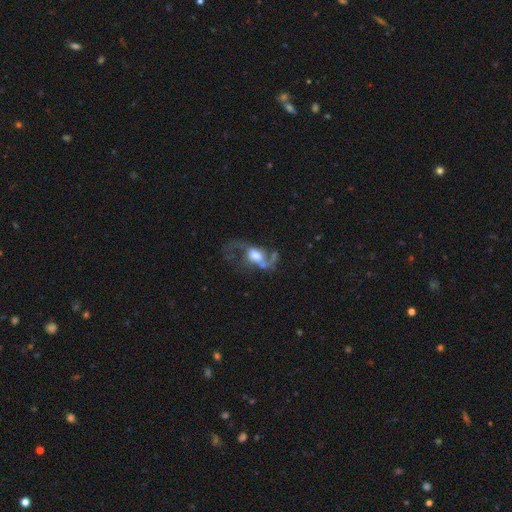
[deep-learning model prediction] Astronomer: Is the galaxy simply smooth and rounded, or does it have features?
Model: featured or disk — 72%.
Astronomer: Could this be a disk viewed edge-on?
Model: no — 95%.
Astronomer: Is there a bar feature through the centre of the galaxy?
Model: no — 49% (runner-up: weak, 36%).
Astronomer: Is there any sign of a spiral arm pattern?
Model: yes — 78%.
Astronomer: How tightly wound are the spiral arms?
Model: loose — 72%.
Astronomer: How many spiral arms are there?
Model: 2 — 73%.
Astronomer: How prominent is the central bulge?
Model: moderate — 39% (runner-up: large, 38%).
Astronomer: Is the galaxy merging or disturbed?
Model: major disturbance — 44% (runner-up: none, 31%).